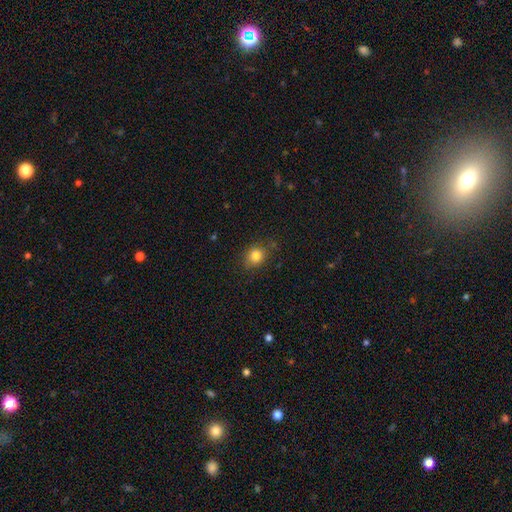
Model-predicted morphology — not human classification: Smooth or featured: smooth — 82% (star or artifact — 12%)
How rounded: round — 76% (in between — 23%)
Merging: none — 78% (minor disturbance — 16%)